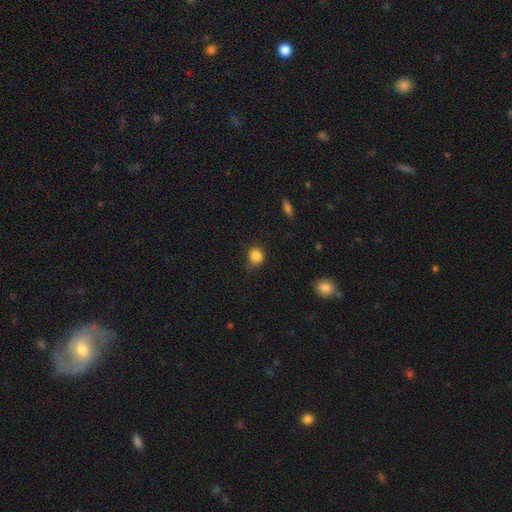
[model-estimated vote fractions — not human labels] Q: Smooth or featured?
A: smooth (85%); runner-up: star or artifact (11%)
Q: How rounded?
A: round (74%); runner-up: in between (25%)
Q: Merging?
A: none (66%); runner-up: minor disturbance (26%)